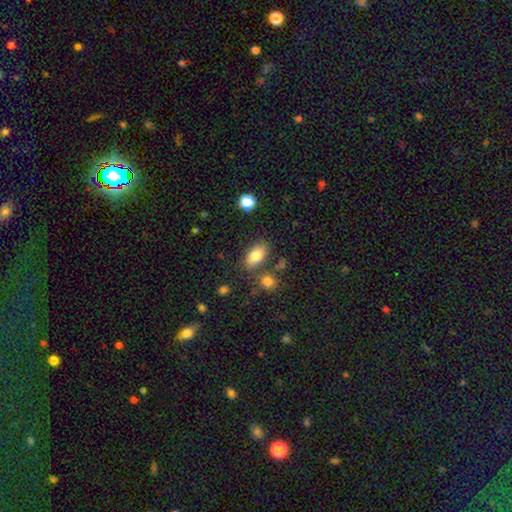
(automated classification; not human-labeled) Smooth or featured?
  - smooth: 81% *
  - featured or disk: 11%
  - star or artifact: 8%
How rounded?
  - in between: 89% *
  - round: 7%
  - cigar-shaped: 4%
Merging?
  - none: 75% *
  - minor disturbance: 13%
  - merger: 9%
  - major disturbance: 4%